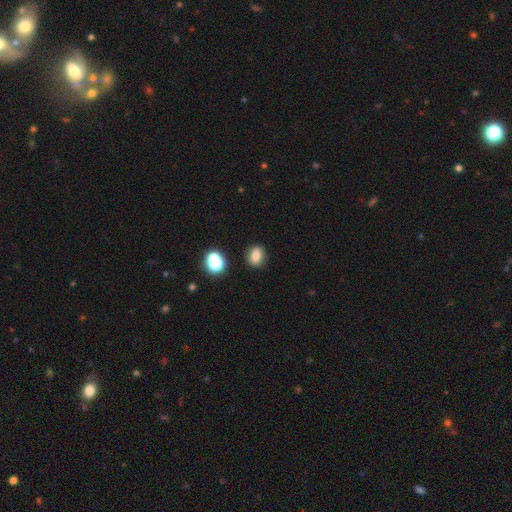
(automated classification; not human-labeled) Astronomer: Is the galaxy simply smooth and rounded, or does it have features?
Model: smooth — 79%.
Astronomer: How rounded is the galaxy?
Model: round — 52% (runner-up: in between, 46%).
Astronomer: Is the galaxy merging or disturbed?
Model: none — 86%.